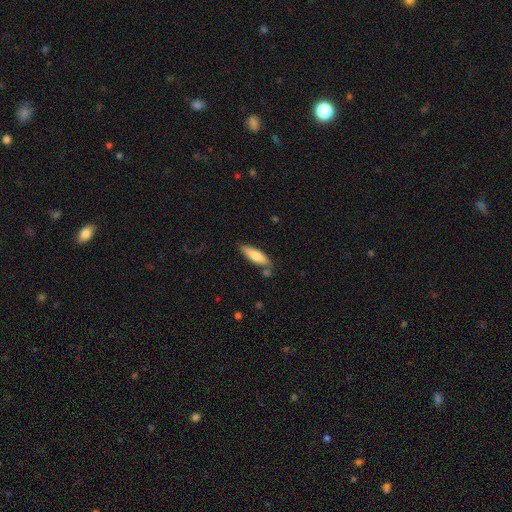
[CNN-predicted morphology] Q: Smooth or featured?
A: smooth (73%); runner-up: featured or disk (21%)
Q: How rounded?
A: cigar-shaped (63%); runner-up: in between (35%)
Q: Merging?
A: none (76%); runner-up: minor disturbance (15%)